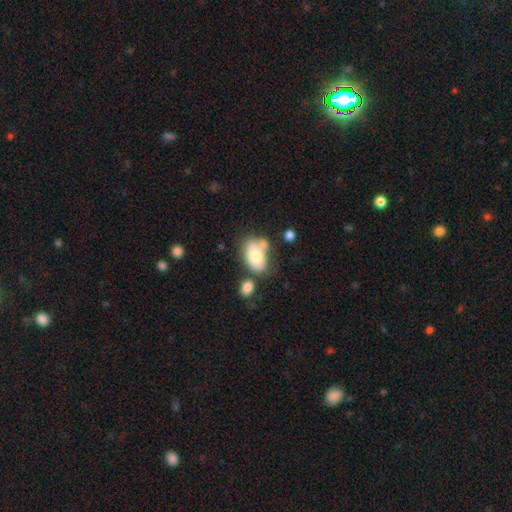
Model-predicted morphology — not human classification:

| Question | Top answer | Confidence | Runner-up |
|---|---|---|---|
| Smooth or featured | smooth | 64% | featured or disk (29%) |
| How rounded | in between | 87% | round (12%) |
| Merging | none | 39% | merger (28%) |